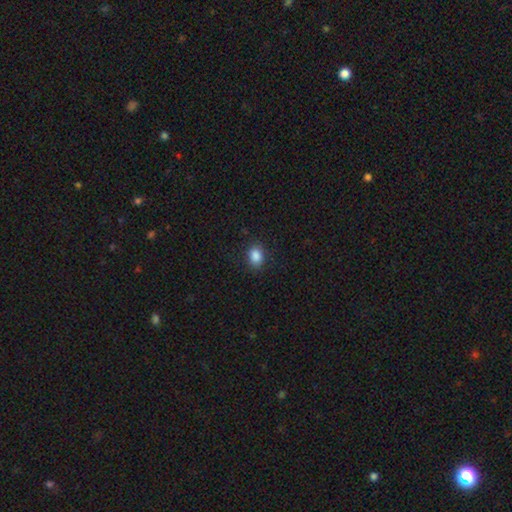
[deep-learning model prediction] Smooth or featured? Predicted: smooth (p=0.87). How rounded? Predicted: in between (p=0.69). Merging? Predicted: none (p=0.86).